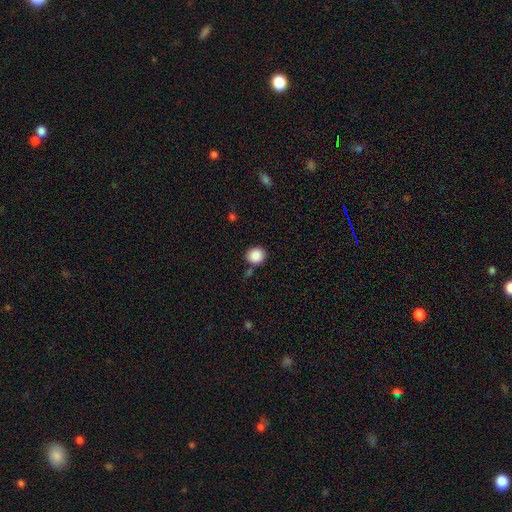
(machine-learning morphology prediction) smooth_or_featured: smooth (p=0.89) [alt: star or artifact p=0.09]
how_rounded: round (p=0.87) [alt: in between p=0.12]
merging: none (p=0.82) [alt: minor disturbance p=0.09]